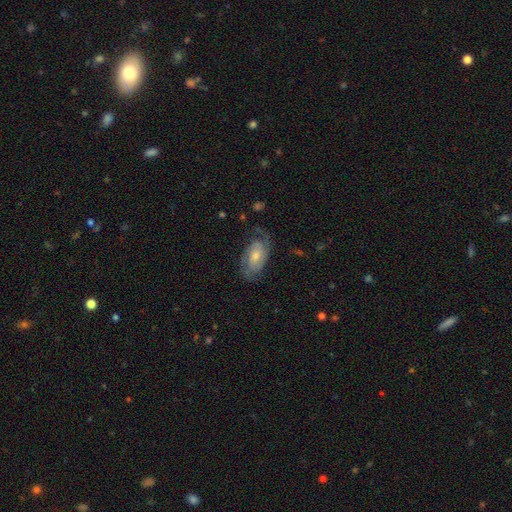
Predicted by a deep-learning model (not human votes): Smooth or featured?
  - featured or disk: 70% *
  - smooth: 24%
  - star or artifact: 6%
Edge-on disk?
  - no: 95% *
  - yes: 5%
Bar?
  - no: 65% *
  - weak: 30%
  - strong: 5%
Spiral arms?
  - yes: 92% *
  - no: 8%
Spiral winding?
  - tight: 41% *
  - medium: 40%
  - loose: 19%
Spiral arm count?
  - 2: 69% *
  - can't tell: 16%
  - 1: 8%
  - 3: 4%
  - 4: 2%
  - more than 4: 2%
Bulge size?
  - moderate: 51% *
  - small: 33%
  - large: 9%
  - none: 5%
  - dominant: 2%
Merging?
  - none: 65% *
  - minor disturbance: 20%
  - major disturbance: 13%
  - merger: 1%